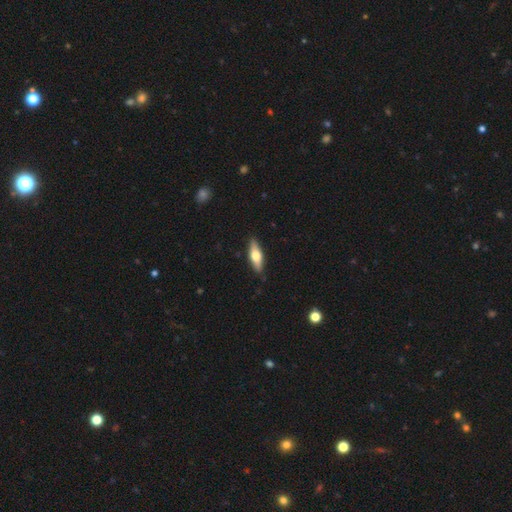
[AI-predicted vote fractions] Q: Smooth or featured?
A: smooth (51%); runner-up: featured or disk (44%)
Q: How rounded?
A: in between (50%); runner-up: cigar-shaped (47%)
Q: Merging?
A: none (88%); runner-up: minor disturbance (9%)